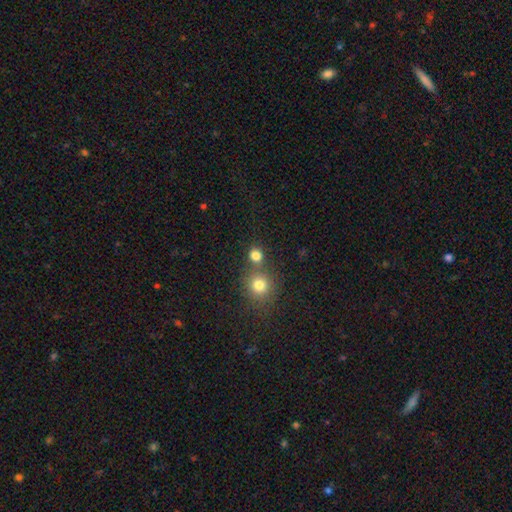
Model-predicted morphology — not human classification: smooth_or_featured: smooth (p=0.81) [alt: star or artifact p=0.14]
how_rounded: round (p=0.85) [alt: in between p=0.14]
merging: none (p=0.64) [alt: merger p=0.26]